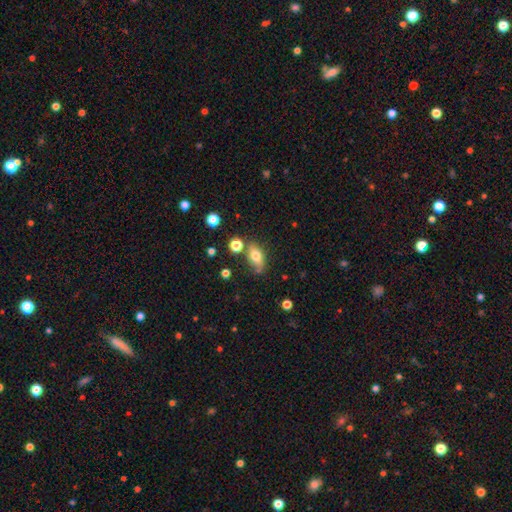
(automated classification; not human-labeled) Morphology: type=smooth (69%); roundness=in between (81%); merging=none (67%).